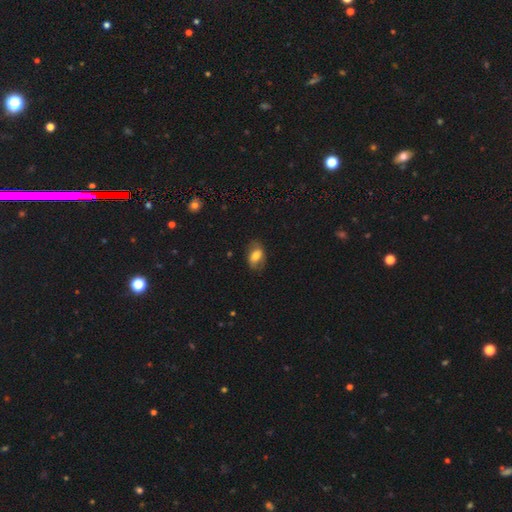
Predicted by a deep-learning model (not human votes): Overall: smooth (63%; featured or disk 29%). How rounded: in between (85%). Merging: none (75%).